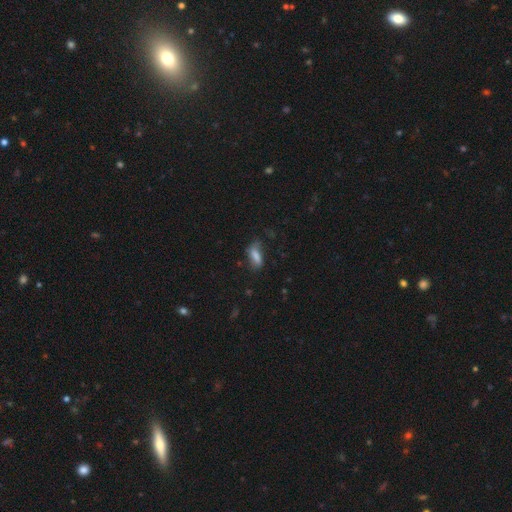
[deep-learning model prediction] Smooth or featured? Predicted: smooth (p=0.74). How rounded? Predicted: in between (p=0.72). Merging? Predicted: none (p=0.53).